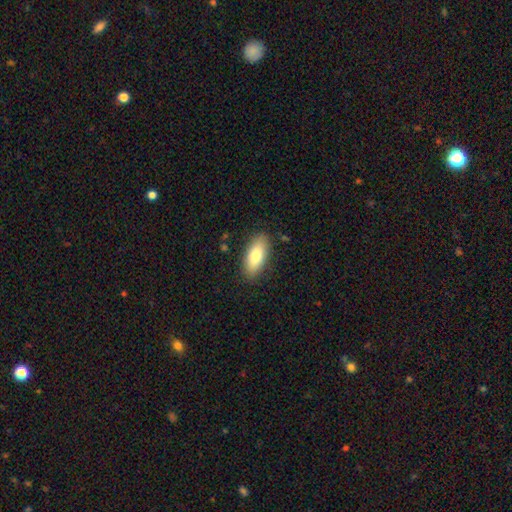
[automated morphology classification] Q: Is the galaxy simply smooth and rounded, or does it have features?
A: smooth — 81%.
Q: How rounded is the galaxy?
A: in between — 81%.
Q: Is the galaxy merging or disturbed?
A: none — 85%.